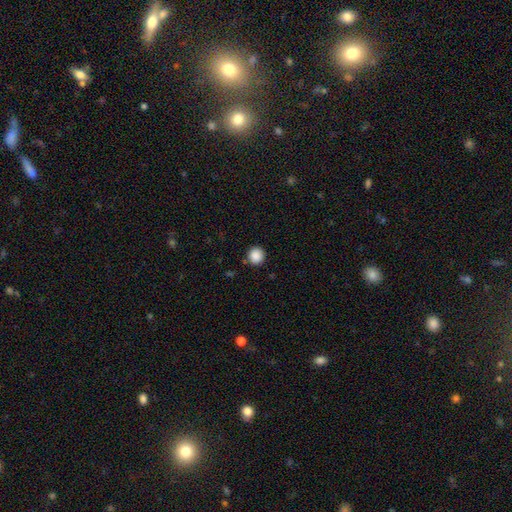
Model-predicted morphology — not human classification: This appears to be a smooth galaxy with no disk features (88%) that is round (94%). Merging: none (90%).